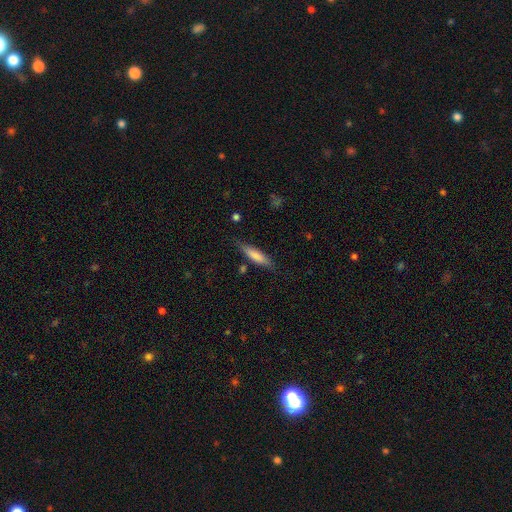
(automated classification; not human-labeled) smooth_or_featured: smooth (p=0.75) [alt: featured or disk p=0.19]
how_rounded: cigar-shaped (p=0.75) [alt: in between p=0.23]
merging: none (p=0.78) [alt: minor disturbance p=0.16]